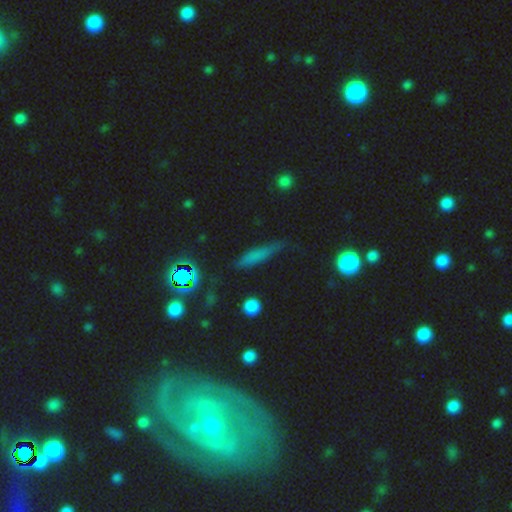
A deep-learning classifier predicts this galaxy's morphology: This is possibly a smooth galaxy (57%). How rounded: likely cigar-shaped (79%). Merging: likely none (74%).